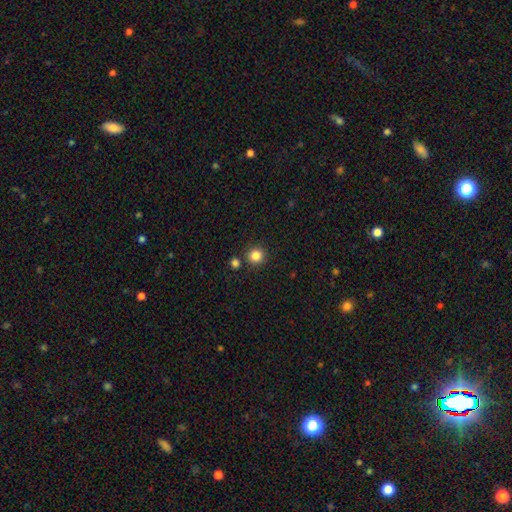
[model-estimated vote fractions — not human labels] Q: Smooth or featured?
A: smooth (84%); runner-up: star or artifact (12%)
Q: How rounded?
A: round (93%); runner-up: in between (6%)
Q: Merging?
A: none (85%); runner-up: minor disturbance (6%)